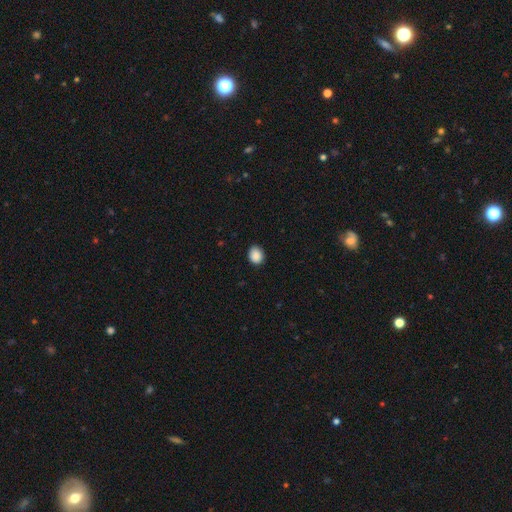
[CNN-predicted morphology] type=smooth (89%); roundness=round (58%); merging=none (88%).